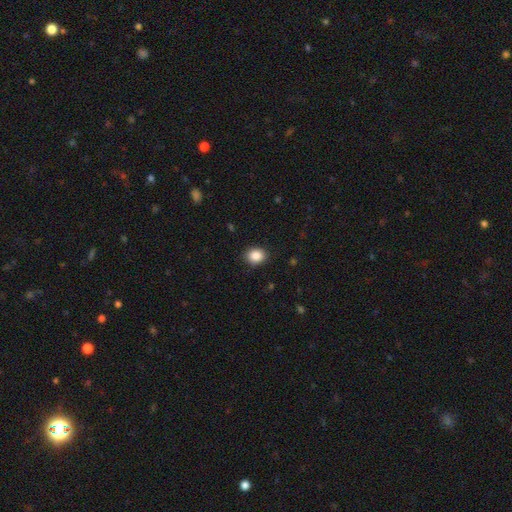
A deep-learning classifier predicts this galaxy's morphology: Q: Smooth or featured?
A: smooth (88%); runner-up: star or artifact (9%)
Q: How rounded?
A: round (59%); runner-up: in between (40%)
Q: Merging?
A: none (88%); runner-up: minor disturbance (9%)